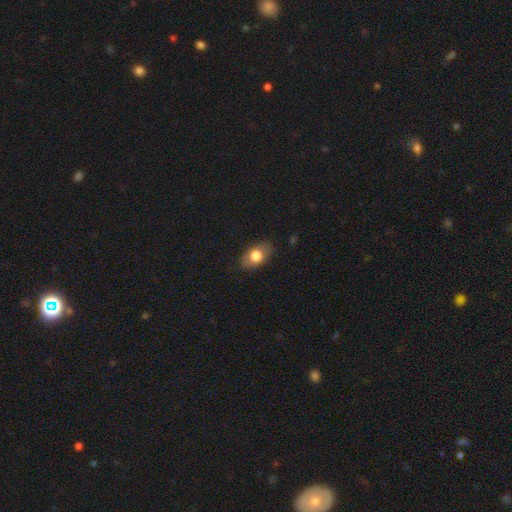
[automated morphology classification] Smooth or featured: smooth — 74% (featured or disk — 18%)
How rounded: in between — 86% (round — 12%)
Merging: none — 82% (minor disturbance — 14%)